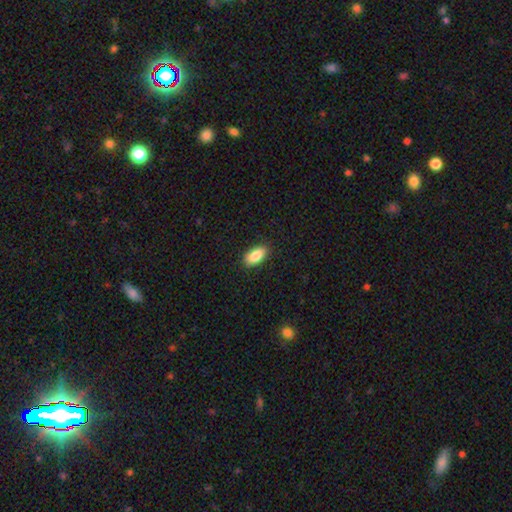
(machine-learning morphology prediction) Q: Smooth or featured?
A: smooth (86%); runner-up: featured or disk (7%)
Q: How rounded?
A: in between (91%); runner-up: cigar-shaped (5%)
Q: Merging?
A: none (88%); runner-up: minor disturbance (9%)